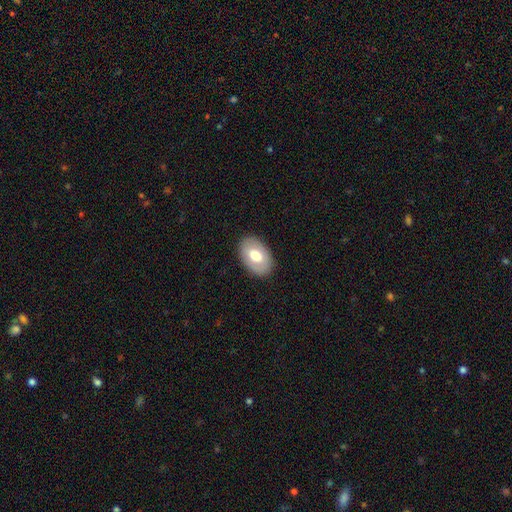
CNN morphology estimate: smooth 65%, featured or disk 29%, star or artifact 6%. Down the decision tree: how rounded — in between (88%); merging — none (87%).